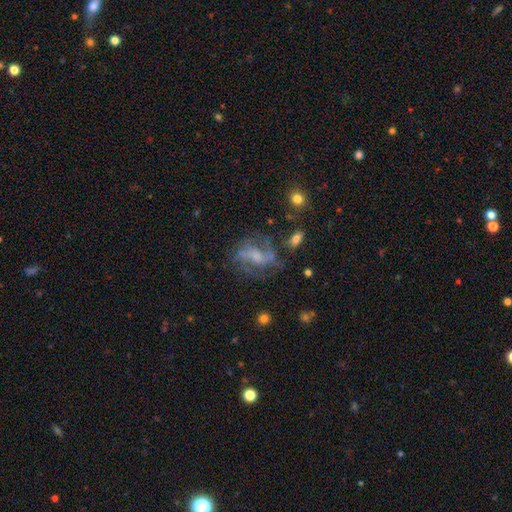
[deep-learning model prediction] smooth-or-featured: featured or disk: 63% | smooth: 24% | star or artifact: 13%
  disk-edge-on: no: 95% | yes: 5%
    bar: no: 42% | weak: 40% | strong: 18%
    has-spiral-arms: yes: 72% | no: 28%
    bulge-size: small: 33% | none: 29% | moderate: 28% | large: 7% | dominant: 2%
  merging: none: 53% | major disturbance: 22% | minor disturbance: 20% | merger: 5%